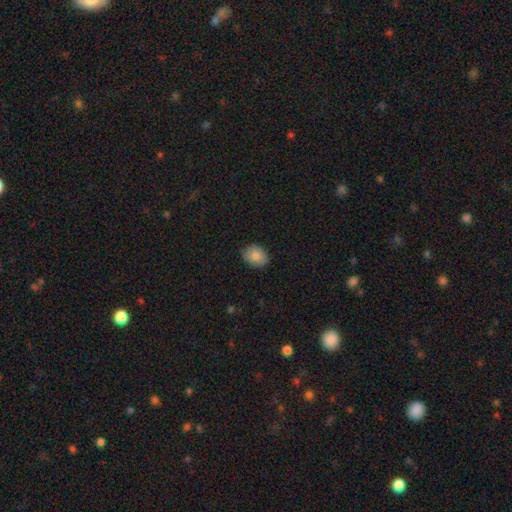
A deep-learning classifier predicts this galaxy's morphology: Overall: smooth (84%). How rounded: in between (61%; round 38%). Merging: none (85%).